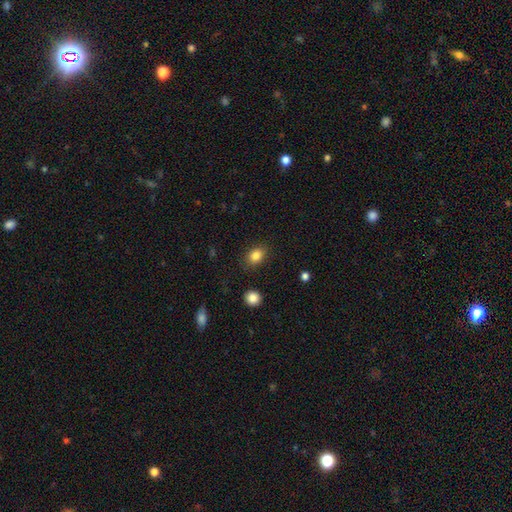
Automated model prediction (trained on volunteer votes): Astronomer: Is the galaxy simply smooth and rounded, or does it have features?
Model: smooth — 84%.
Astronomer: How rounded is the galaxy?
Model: in between — 63%.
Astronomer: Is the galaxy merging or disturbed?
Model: none — 85%.